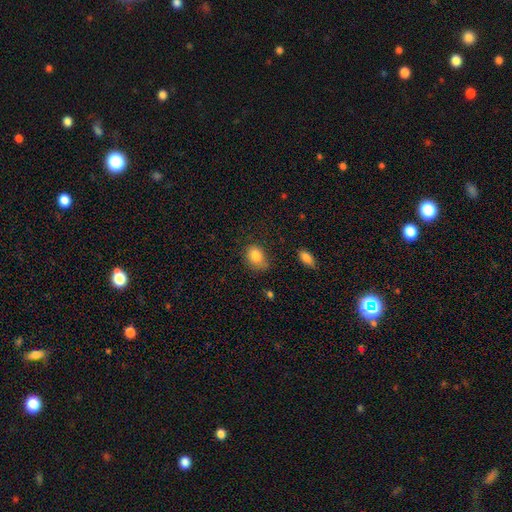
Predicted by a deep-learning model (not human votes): A smooth galaxy with no disk features (83%) that is in between round and cigar-shaped (62%). Merging: none (63%).